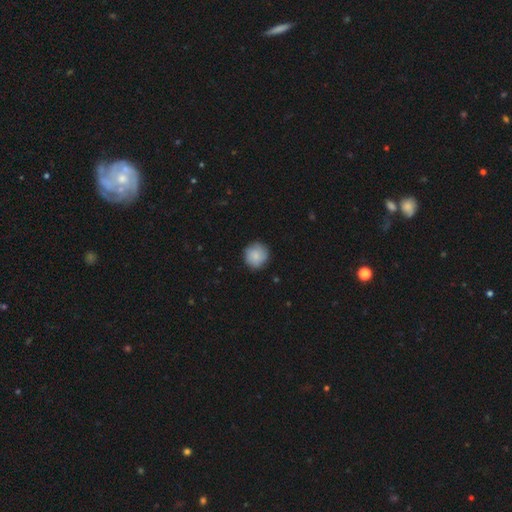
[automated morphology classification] smooth-or-featured: smooth: 83% | featured or disk: 10% | star or artifact: 7%
  how-rounded: round: 94% | in between: 5% | cigar-shaped: 1%
  merging: none: 85% | minor disturbance: 11% | major disturbance: 2% | merger: 1%